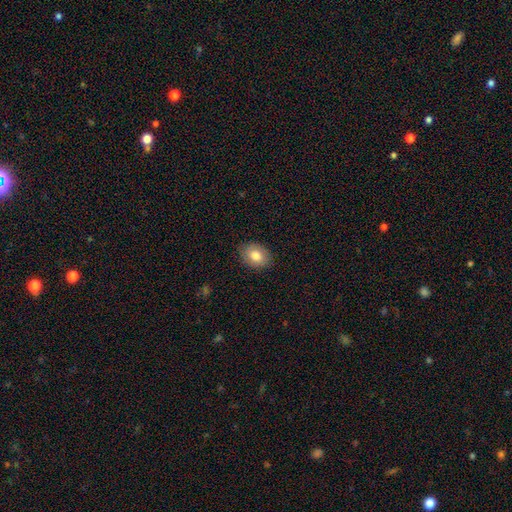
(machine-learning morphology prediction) type=smooth (81%); roundness=in between (70%); merging=none (88%).